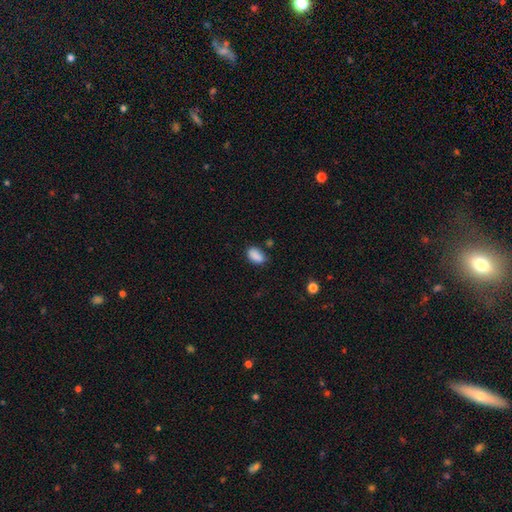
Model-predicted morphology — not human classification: This appears to be a smooth galaxy with no disk features (88%) that is in between round and cigar-shaped (90%). Merging: none (70%).